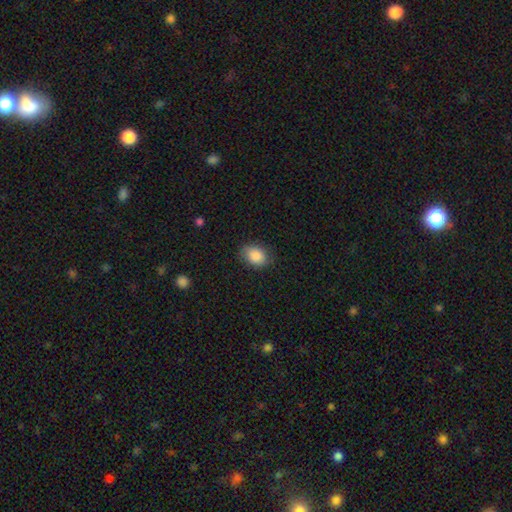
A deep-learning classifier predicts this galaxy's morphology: Smooth or featured: smooth — 88% (star or artifact — 7%)
How rounded: in between — 77% (round — 22%)
Merging: none — 81% (minor disturbance — 15%)